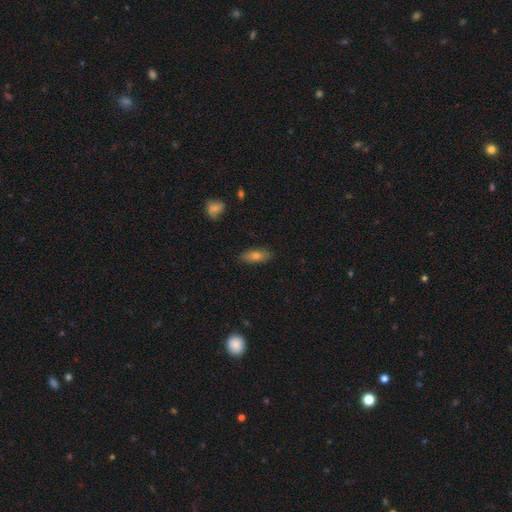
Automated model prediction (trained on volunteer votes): Q: Smooth or featured?
A: smooth (71%); runner-up: featured or disk (20%)
Q: How rounded?
A: in between (68%); runner-up: cigar-shaped (29%)
Q: Merging?
A: none (85%); runner-up: minor disturbance (12%)